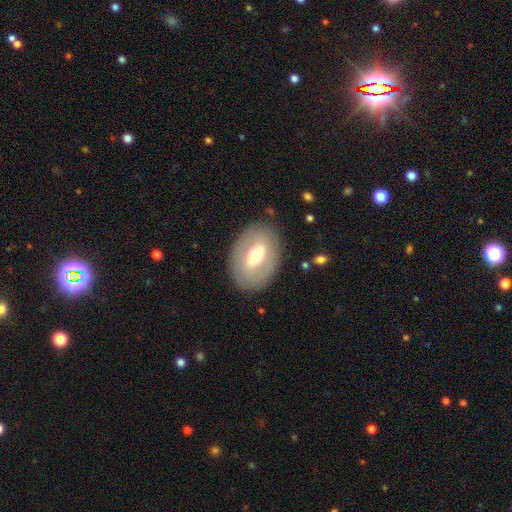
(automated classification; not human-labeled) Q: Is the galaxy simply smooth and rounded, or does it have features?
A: featured or disk — 52%.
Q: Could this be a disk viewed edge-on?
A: no — 89%.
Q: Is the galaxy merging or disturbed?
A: none — 84%.